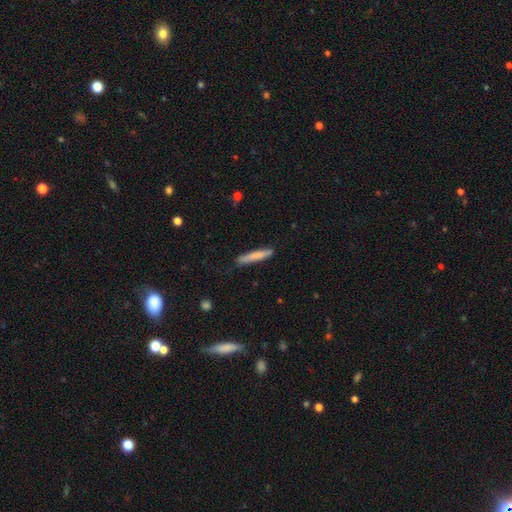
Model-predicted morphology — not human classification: Overall: smooth (74%). How rounded: cigar-shaped (94%). Merging: none (83%).